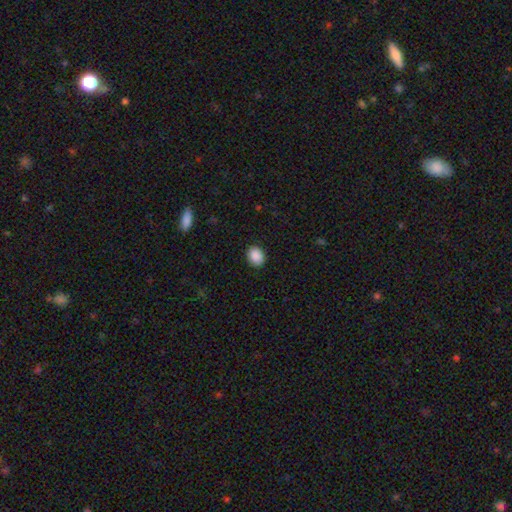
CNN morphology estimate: Q: Smooth or featured?
A: smooth (89%); runner-up: star or artifact (8%)
Q: How rounded?
A: in between (53%); runner-up: round (46%)
Q: Merging?
A: none (89%); runner-up: minor disturbance (8%)